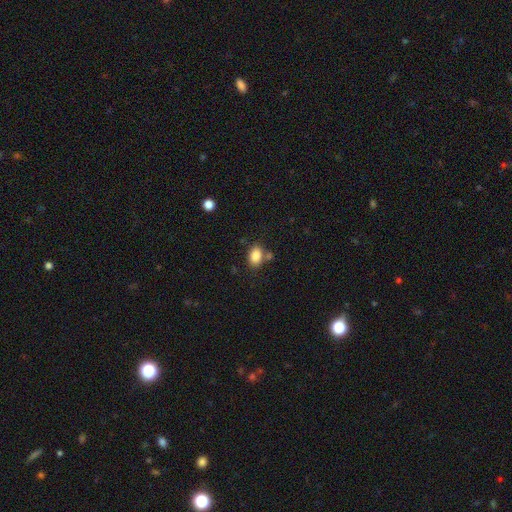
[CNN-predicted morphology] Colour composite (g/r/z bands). It shows a smooth galaxy with no disk features (86%) that is in between round and cigar-shaped (80%). Merging: none (68%).